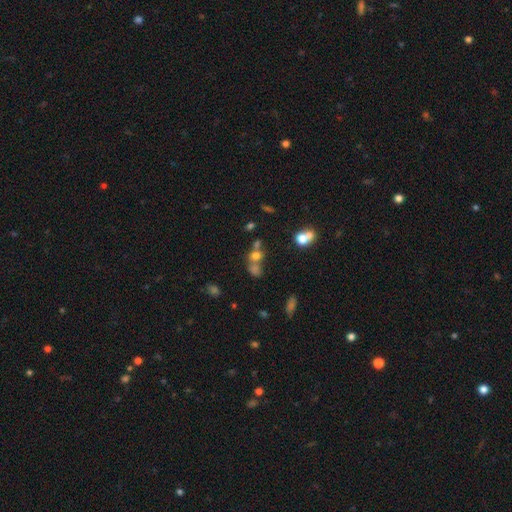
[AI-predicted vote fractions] The model was most divided on "merging": merger: 49%, none: 34%, minor disturbance: 10%, major disturbance: 8%. More confident: how rounded — round (66%); smooth or featured — smooth (61%).